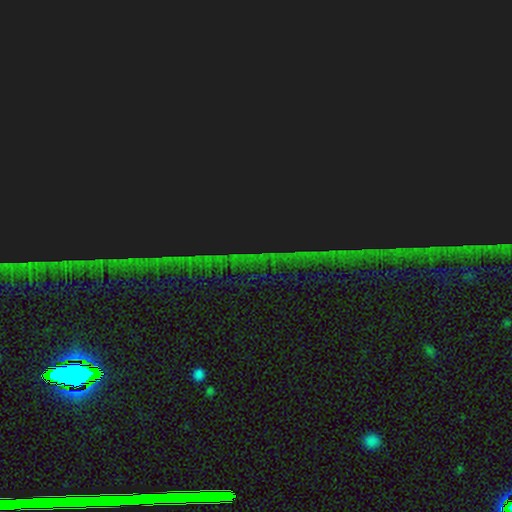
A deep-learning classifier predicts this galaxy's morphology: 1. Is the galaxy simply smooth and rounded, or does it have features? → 87% star or artifact, 7% featured or disk, 7% smooth.